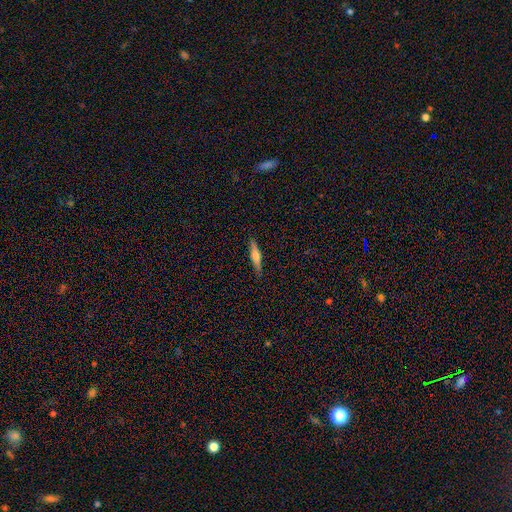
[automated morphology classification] Smooth or featured: featured or disk — 48% (smooth — 46%)
Merging: none — 89% (minor disturbance — 8%)